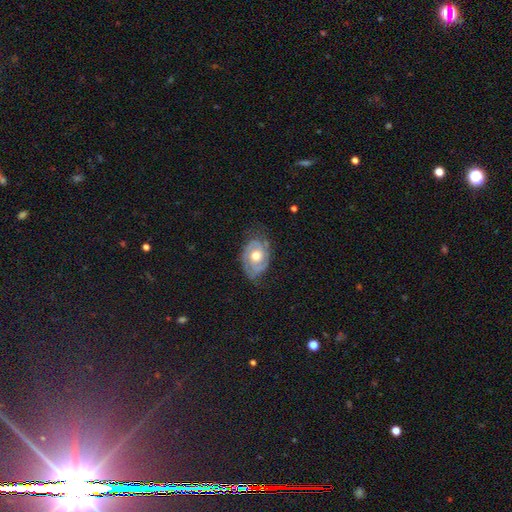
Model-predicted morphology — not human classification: Smooth or featured: featured or disk — 81% (smooth — 14%)
Edge-on disk: no — 96% (yes — 4%)
Bar: no — 76% (weak — 20%)
Spiral arms: yes — 91% (no — 9%)
Spiral winding: tight — 61% (medium — 30%)
Spiral arm count: 2 — 68% (can't tell — 14%)
Bulge size: moderate — 77% (small — 11%)
Merging: none — 66% (minor disturbance — 23%)